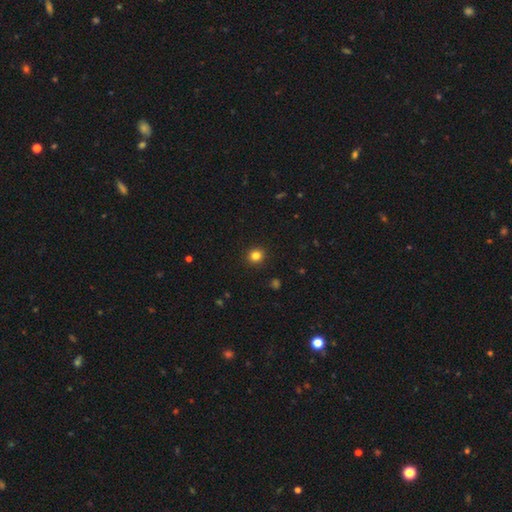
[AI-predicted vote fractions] Q: Smooth or featured?
A: smooth (83%); runner-up: star or artifact (12%)
Q: How rounded?
A: round (88%); runner-up: in between (11%)
Q: Merging?
A: none (92%); runner-up: minor disturbance (5%)